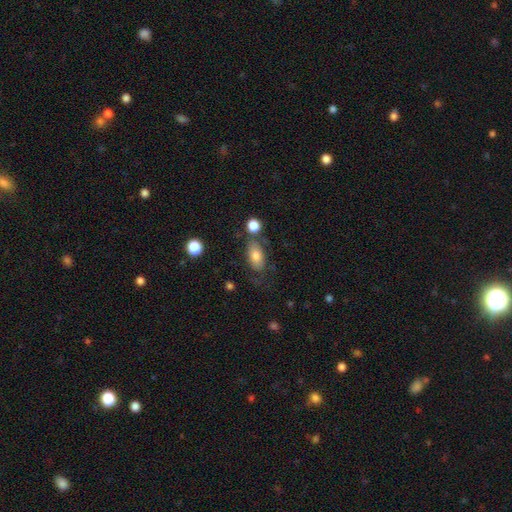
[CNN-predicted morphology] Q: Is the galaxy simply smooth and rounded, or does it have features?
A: smooth — 76%.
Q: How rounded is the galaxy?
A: in between — 90%.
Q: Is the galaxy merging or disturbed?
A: none — 58%.